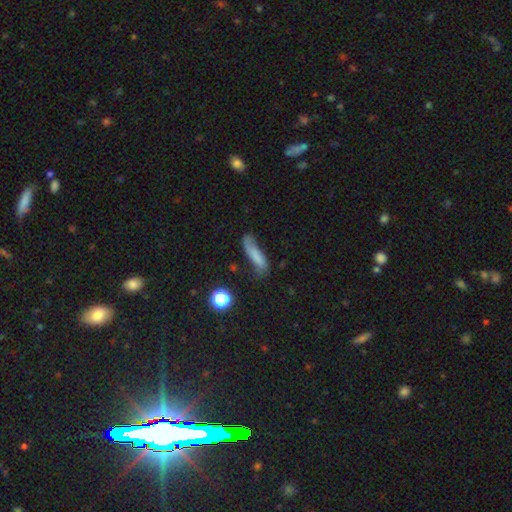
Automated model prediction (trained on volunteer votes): A smooth galaxy with no disk features (68%) that is cigar-shaped (66%). Merging: none (51%).